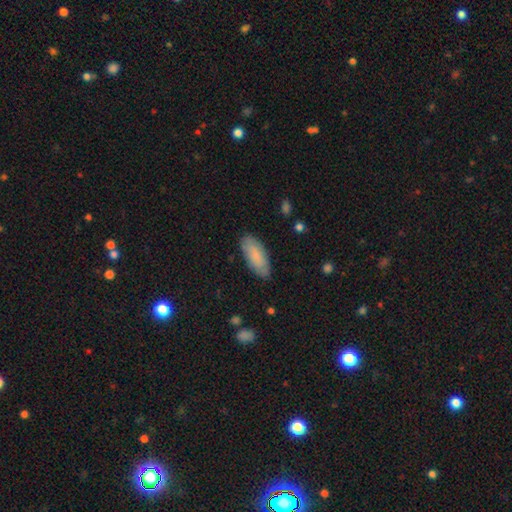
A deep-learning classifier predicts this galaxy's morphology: This is clearly a smooth galaxy (82%). How rounded: likely in between (79%). Merging: clearly none (84%).